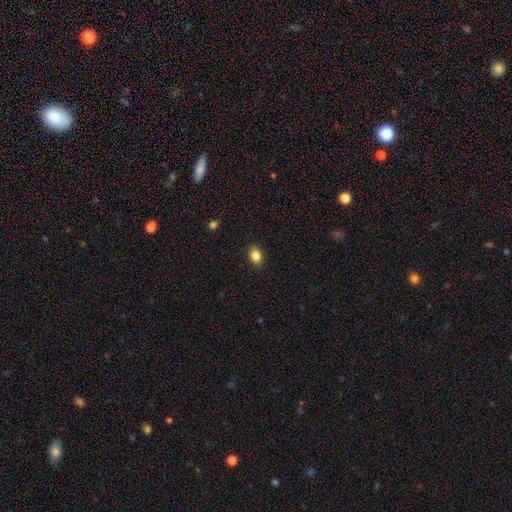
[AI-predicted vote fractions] A smooth galaxy with no disk features (86%) that is in between round and cigar-shaped (80%). Merging: none (89%).